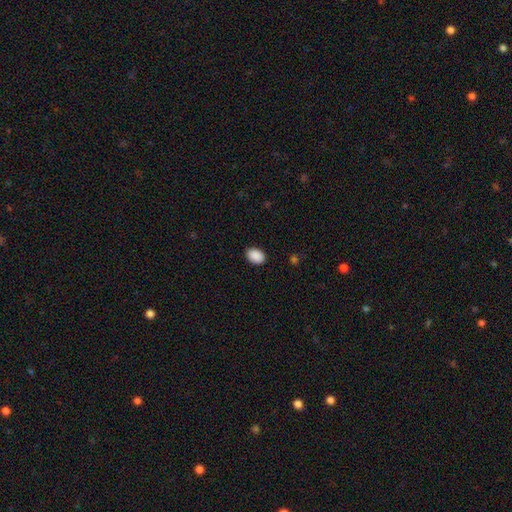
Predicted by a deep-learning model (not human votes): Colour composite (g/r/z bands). It shows a smooth galaxy with no disk features (90%) that is in between round and cigar-shaped (83%). Merging: none (89%).